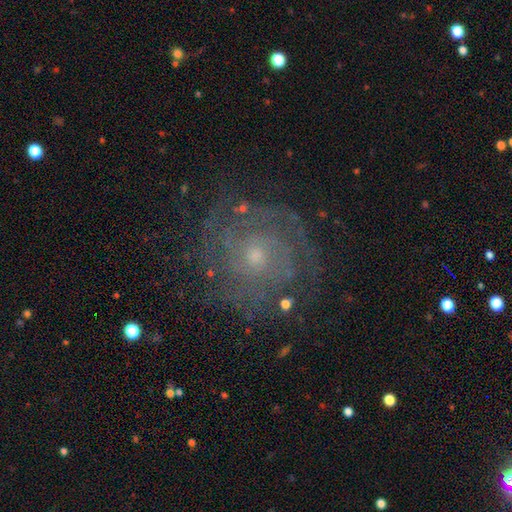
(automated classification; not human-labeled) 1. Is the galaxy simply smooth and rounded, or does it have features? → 81% featured or disk, 10% smooth, 9% star or artifact.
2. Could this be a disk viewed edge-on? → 98% no, 2% yes.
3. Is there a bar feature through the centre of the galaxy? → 78% no, 19% weak, 3% strong.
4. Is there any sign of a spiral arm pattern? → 93% yes, 7% no.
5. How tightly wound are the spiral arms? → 69% tight, 25% medium, 6% loose.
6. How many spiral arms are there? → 37% can't tell, 21% 2, 18% 3, 11% 4, 7% more than 4, 6% 1.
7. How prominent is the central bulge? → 62% small, 34% moderate, 2% none, 2% large, 1% dominant.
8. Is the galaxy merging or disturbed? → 77% none, 14% minor disturbance, 7% major disturbance, 1% merger.